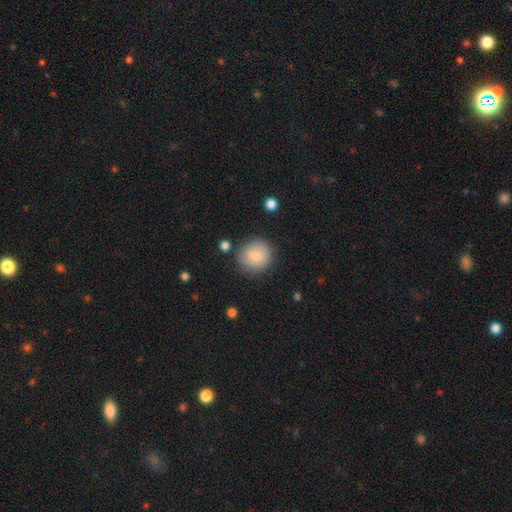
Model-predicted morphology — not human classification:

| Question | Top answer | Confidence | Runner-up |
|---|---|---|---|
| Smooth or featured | smooth | 80% | featured or disk (13%) |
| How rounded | round | 86% | in between (13%) |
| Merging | none | 81% | minor disturbance (12%) |